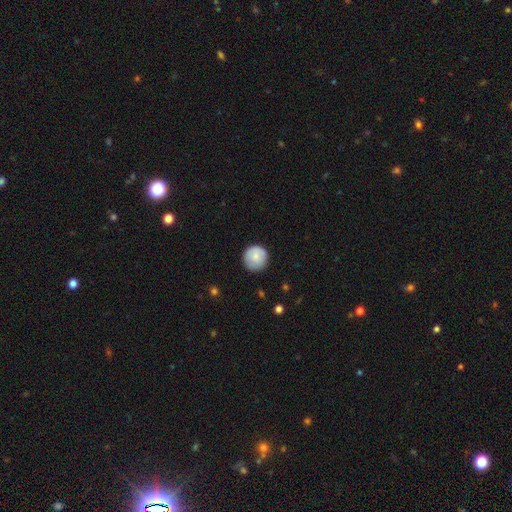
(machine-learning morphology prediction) Q: Smooth or featured?
A: smooth (81%); runner-up: featured or disk (12%)
Q: How rounded?
A: round (95%); runner-up: in between (4%)
Q: Merging?
A: none (86%); runner-up: minor disturbance (11%)